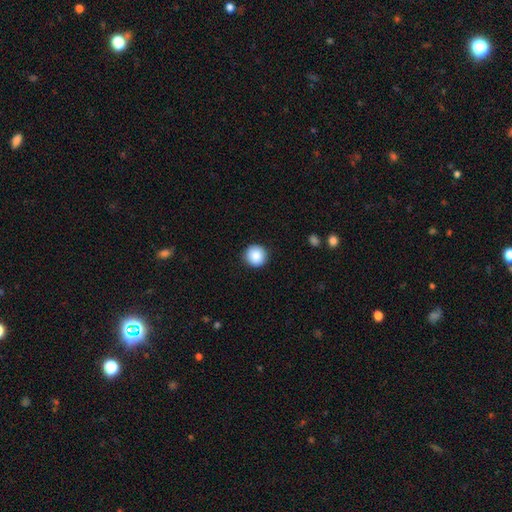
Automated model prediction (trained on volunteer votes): smooth-or-featured: smooth: 88% | star or artifact: 8% | featured or disk: 4%
  how-rounded: round: 95% | in between: 4% | cigar-shaped: 1%
  merging: none: 91% | minor disturbance: 6% | major disturbance: 2% | merger: 1%